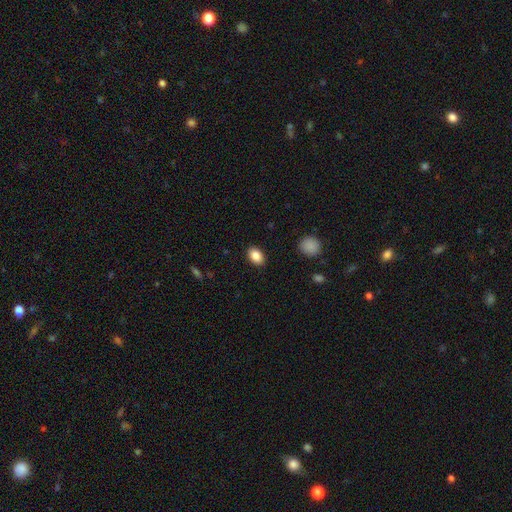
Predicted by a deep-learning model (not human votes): Overall: smooth (87%). How rounded: in between (82%). Merging: none (88%).